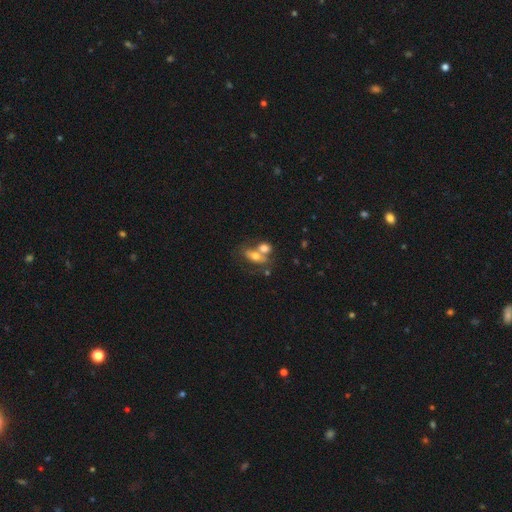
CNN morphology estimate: Overall: smooth (61%; featured or disk 29%). How rounded: in between (73%). Merging: merger (52%; none 32%).